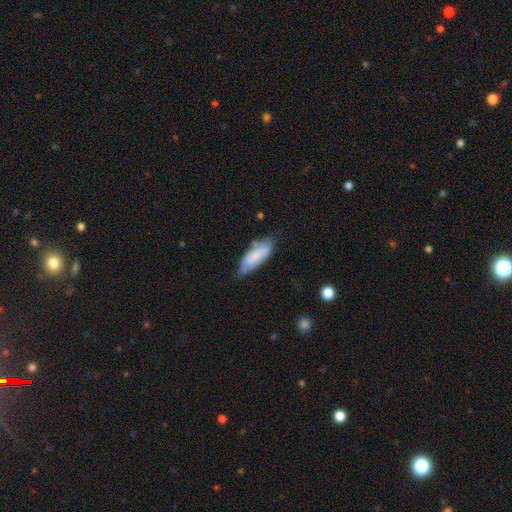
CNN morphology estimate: Smooth or featured? Predicted: smooth (p=0.69). How rounded? Predicted: in between (p=0.69). Merging? Predicted: none (p=0.59).